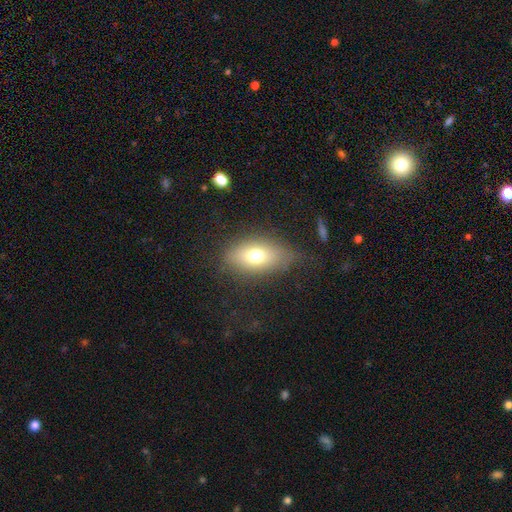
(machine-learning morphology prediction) Smooth or featured: smooth — 71% (featured or disk — 18%)
How rounded: in between — 81% (round — 15%)
Merging: none — 72% (minor disturbance — 18%)